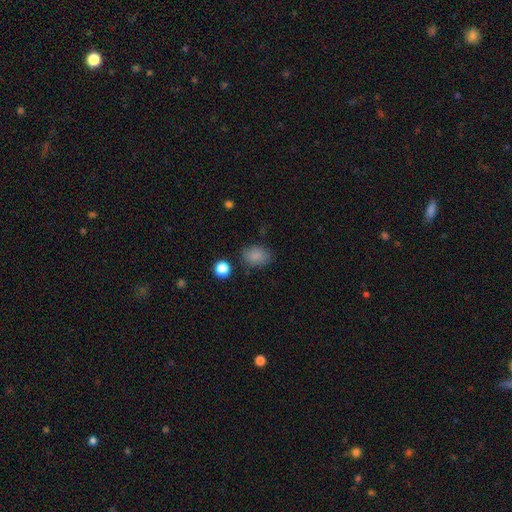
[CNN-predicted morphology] smooth-or-featured: smooth: 85% | star or artifact: 10% | featured or disk: 5%
  how-rounded: in between: 64% | round: 35% | cigar-shaped: 1%
  merging: none: 77% | minor disturbance: 15% | major disturbance: 5% | merger: 3%